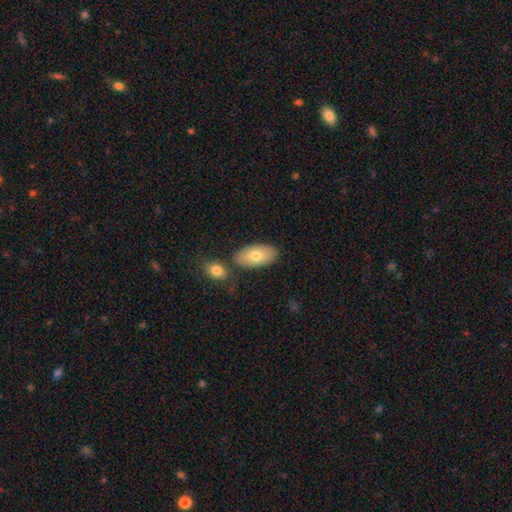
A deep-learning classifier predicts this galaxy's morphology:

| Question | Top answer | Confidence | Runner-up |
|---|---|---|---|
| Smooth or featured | smooth | 75% | featured or disk (19%) |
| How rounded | in between | 94% | round (4%) |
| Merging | none | 73% | minor disturbance (12%) |